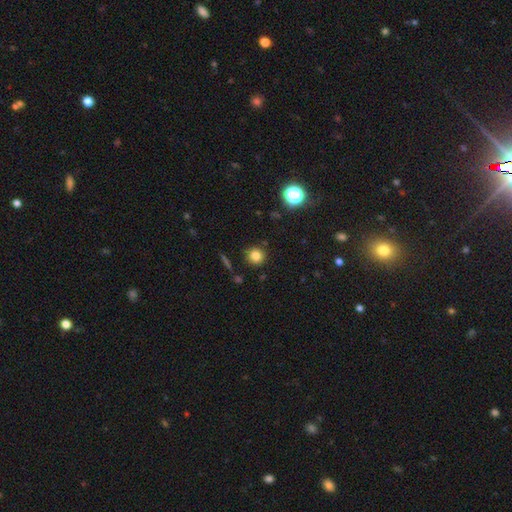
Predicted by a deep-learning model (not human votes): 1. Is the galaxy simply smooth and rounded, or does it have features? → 80% smooth, 13% star or artifact, 7% featured or disk.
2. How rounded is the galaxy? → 91% round, 8% in between, 1% cigar-shaped.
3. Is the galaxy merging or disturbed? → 87% none, 8% minor disturbance, 2% merger, 2% major disturbance.